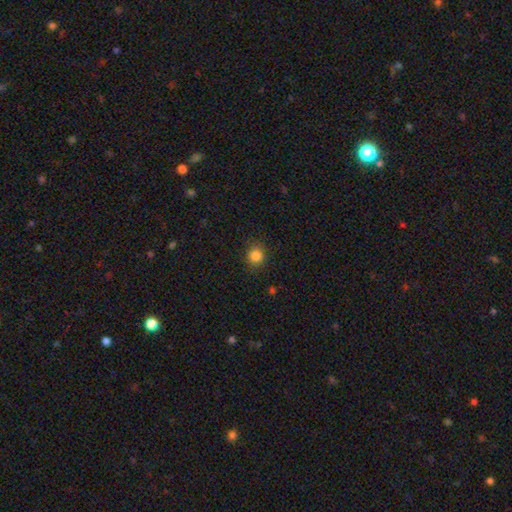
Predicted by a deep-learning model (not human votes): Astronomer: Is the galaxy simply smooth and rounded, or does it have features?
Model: smooth — 84%.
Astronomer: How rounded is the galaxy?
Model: round — 86%.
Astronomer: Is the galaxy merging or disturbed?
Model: none — 89%.